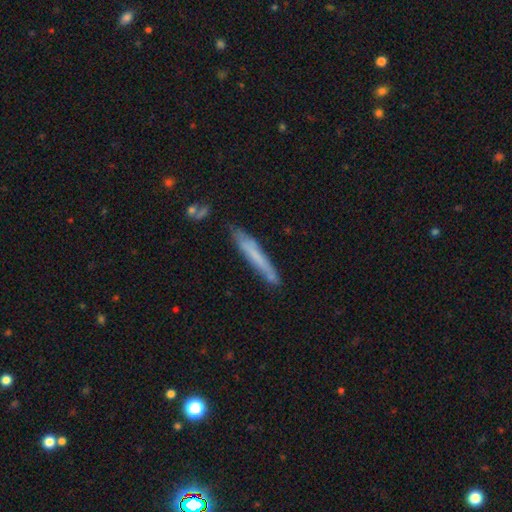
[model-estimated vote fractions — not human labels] Smooth or featured? Predicted: smooth (p=0.58). How rounded? Predicted: cigar-shaped (p=0.96). Merging? Predicted: none (p=0.77).